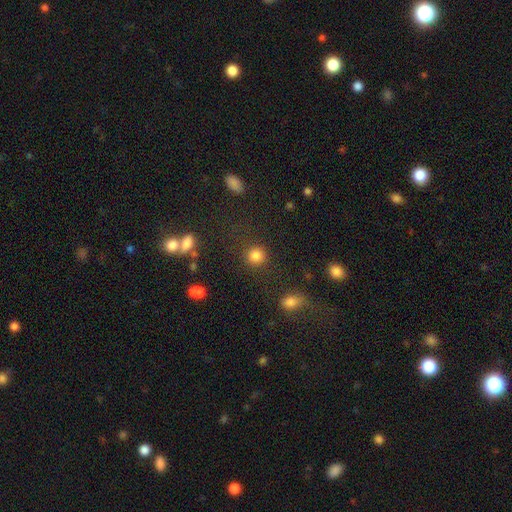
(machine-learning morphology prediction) type=smooth (83%); roundness=round (88%); merging=none (84%).